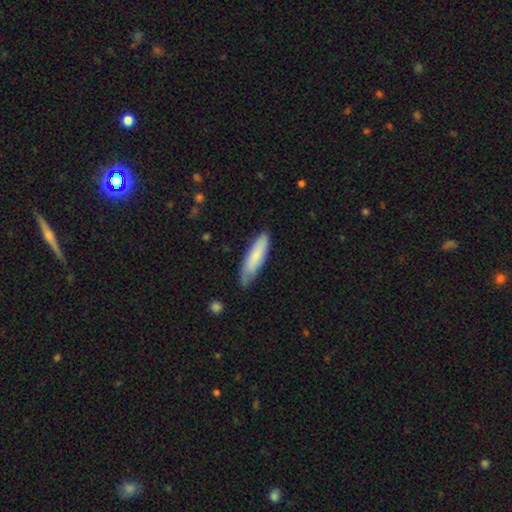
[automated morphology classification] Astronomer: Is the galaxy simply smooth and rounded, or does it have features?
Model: smooth — 77%.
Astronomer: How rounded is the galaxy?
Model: cigar-shaped — 65%.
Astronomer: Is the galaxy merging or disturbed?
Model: none — 70%.